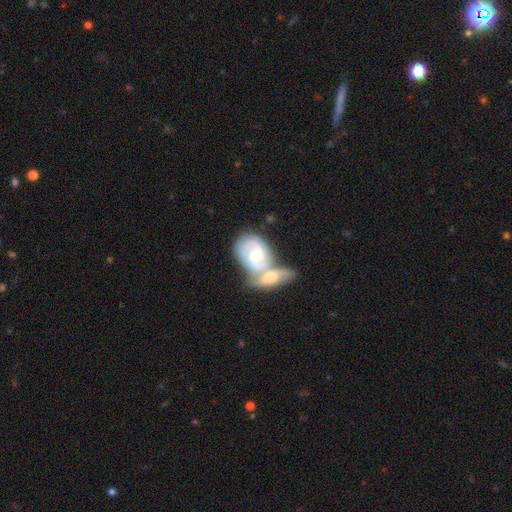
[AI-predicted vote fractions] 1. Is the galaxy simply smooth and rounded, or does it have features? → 68% featured or disk, 25% smooth, 6% star or artifact.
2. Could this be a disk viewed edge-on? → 95% no, 5% yes.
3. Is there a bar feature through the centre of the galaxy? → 47% no, 40% weak, 13% strong.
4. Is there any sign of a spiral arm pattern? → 83% yes, 17% no.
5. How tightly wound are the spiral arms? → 41% tight, 39% medium, 20% loose.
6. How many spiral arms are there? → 61% 2, 23% can't tell, 8% 1, 4% 3, 2% 4, 2% more than 4.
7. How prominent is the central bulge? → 44% moderate, 33% small, 12% none, 10% large, 2% dominant.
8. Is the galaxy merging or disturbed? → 73% merger, 13% none, 7% major disturbance, 7% minor disturbance.